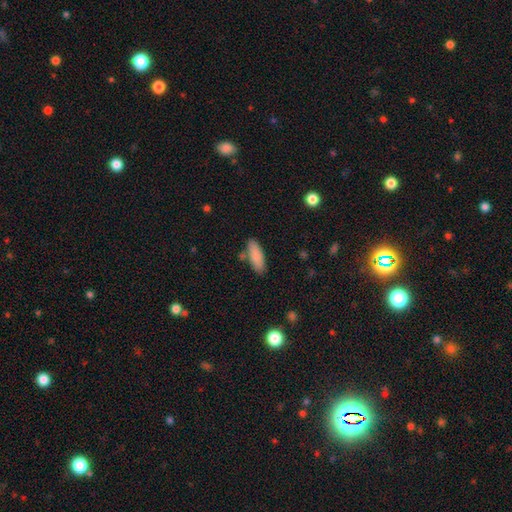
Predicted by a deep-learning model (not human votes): Overall: smooth (87%). How rounded: in between (64%; cigar-shaped 35%). Merging: none (79%).